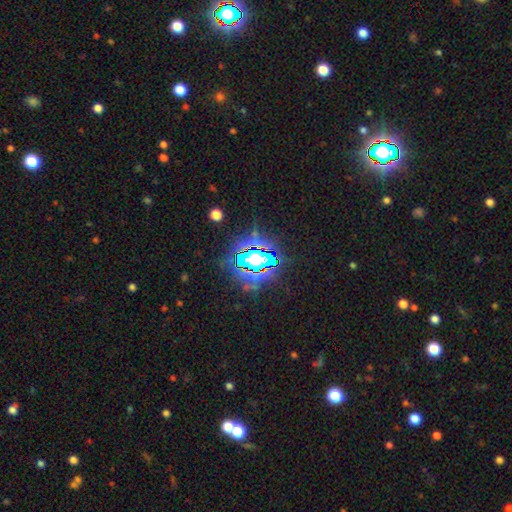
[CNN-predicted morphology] star or artifact 84%, smooth 9%, featured or disk 7%.